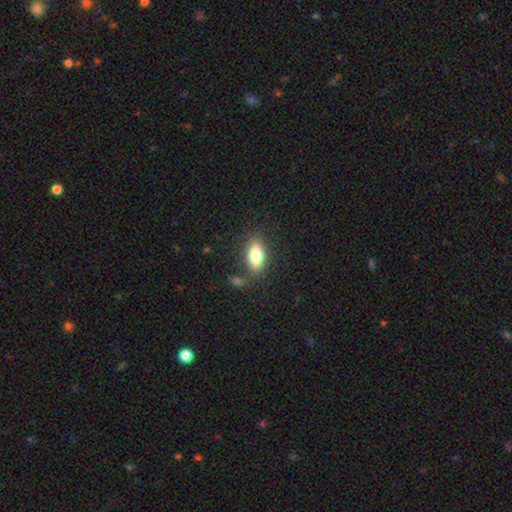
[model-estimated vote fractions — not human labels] The model was most divided on "smooth or featured": smooth: 74%, featured or disk: 18%, star or artifact: 8%. More confident: how rounded — in between (81%); merging — none (76%).